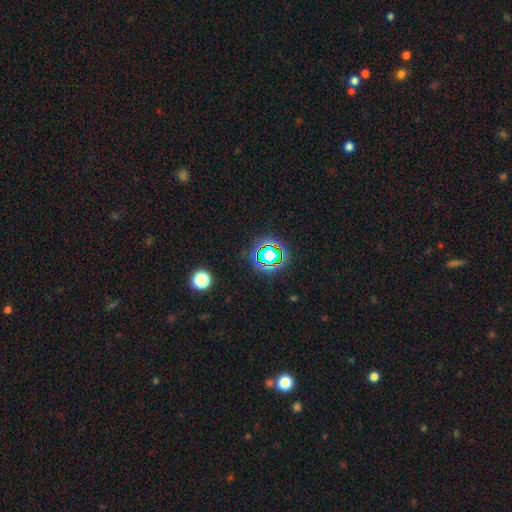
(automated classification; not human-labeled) This is likely a star or artifact rather than a galaxy (76%).